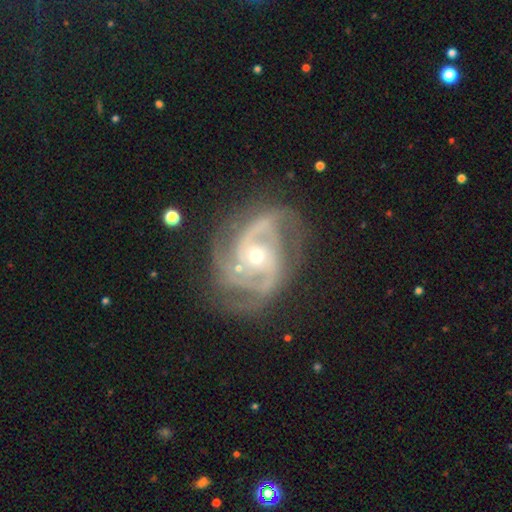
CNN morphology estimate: featured or disk 91%, star or artifact 5%, smooth 4%. Down the decision tree: edge-on disk — no (98%); bar — no (63%); spiral arms — yes (98%); spiral arm count — 3 (41%); spiral winding — medium (47%); bulge size — moderate (51%); merging — none (68%).